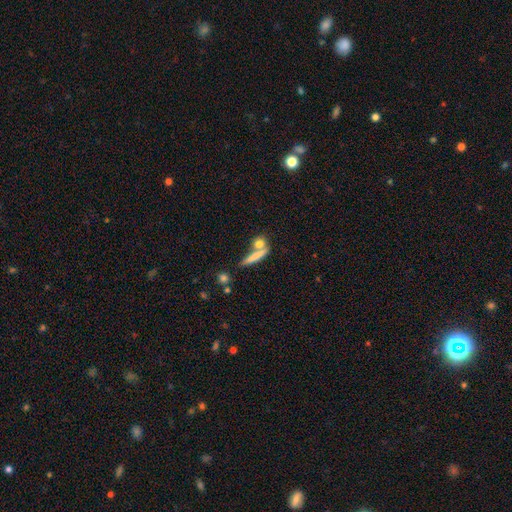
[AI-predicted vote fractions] Smooth or featured? smooth (69%)
How rounded? cigar-shaped (71%)
Merging? none (57%)